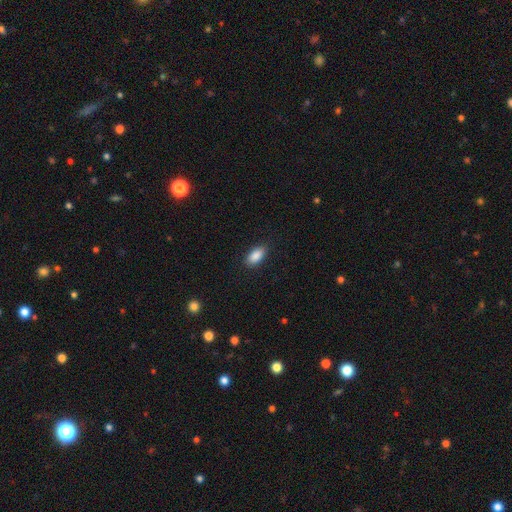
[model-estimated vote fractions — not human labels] Morphology: type=smooth (88%); roundness=in between (91%); merging=none (87%).